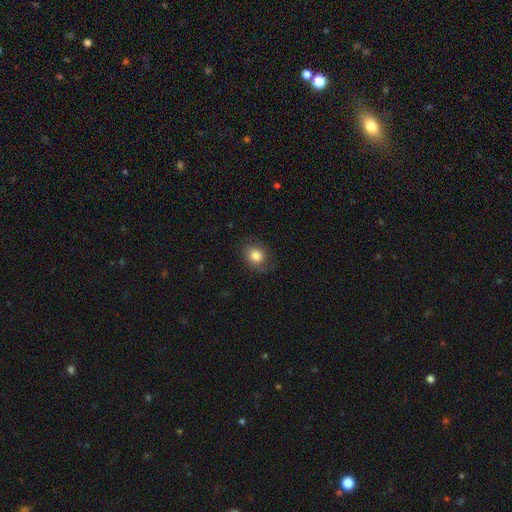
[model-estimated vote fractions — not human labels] A smooth galaxy with no disk features (81%) that is round (59%). Merging: none (75%).